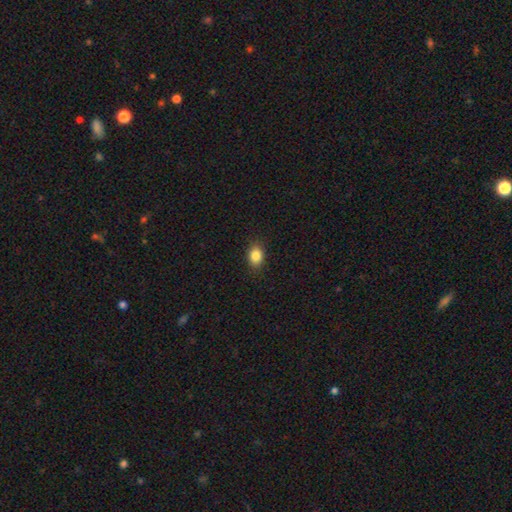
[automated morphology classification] Overall: smooth (86%). How rounded: in between (70%). Merging: none (87%).